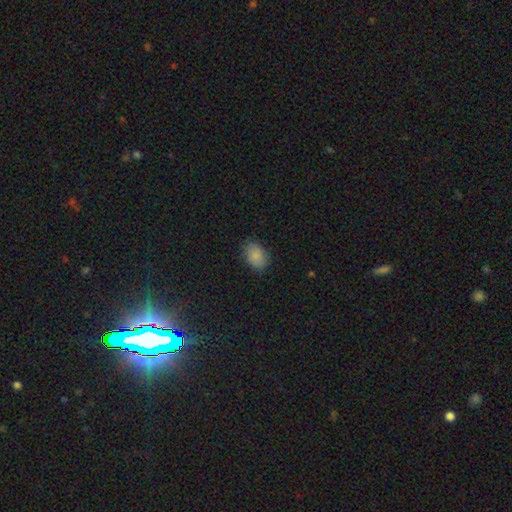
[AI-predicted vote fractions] Smooth or featured? smooth (86%)
How rounded? in between (83%)
Merging? none (82%)